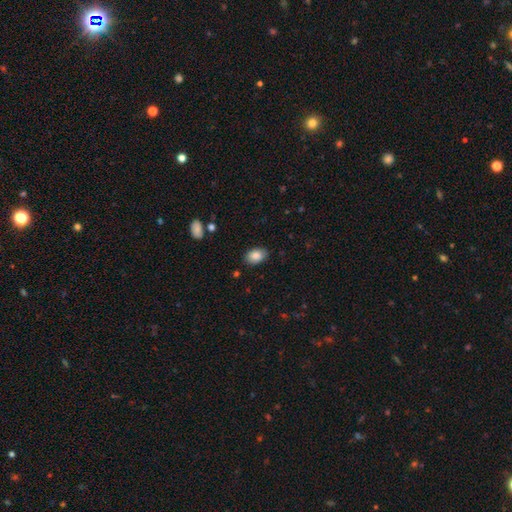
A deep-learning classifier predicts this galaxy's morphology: Overall: smooth (86%). How rounded: in between (86%). Merging: none (85%).